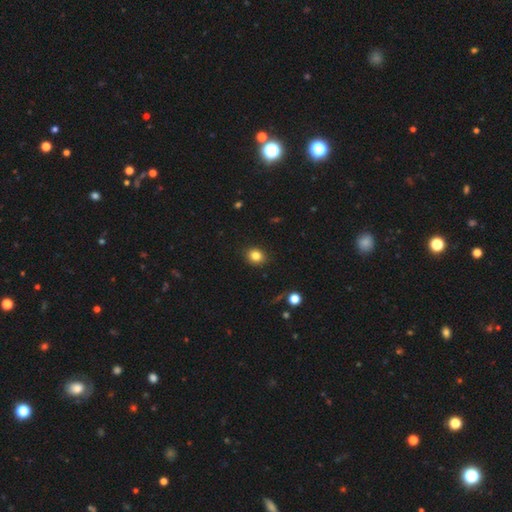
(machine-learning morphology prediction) smooth-or-featured: smooth: 83% | star or artifact: 11% | featured or disk: 6%
  how-rounded: round: 62% | in between: 37% | cigar-shaped: 1%
  merging: none: 89% | minor disturbance: 8% | major disturbance: 2% | merger: 1%